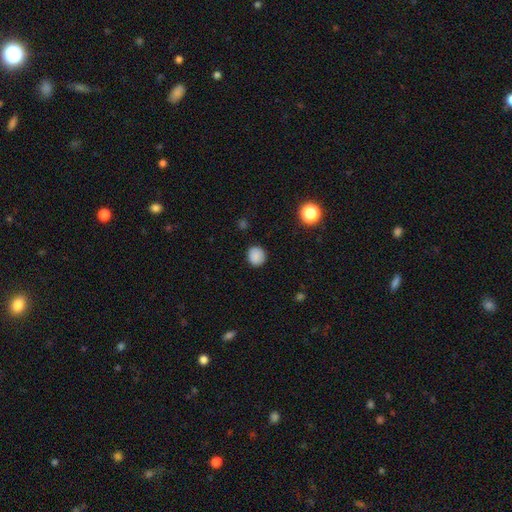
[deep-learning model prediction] smooth-or-featured: smooth: 86% | star or artifact: 10% | featured or disk: 4%
  how-rounded: round: 83% | in between: 16% | cigar-shaped: 1%
  merging: none: 87% | minor disturbance: 10% | major disturbance: 2% | merger: 1%